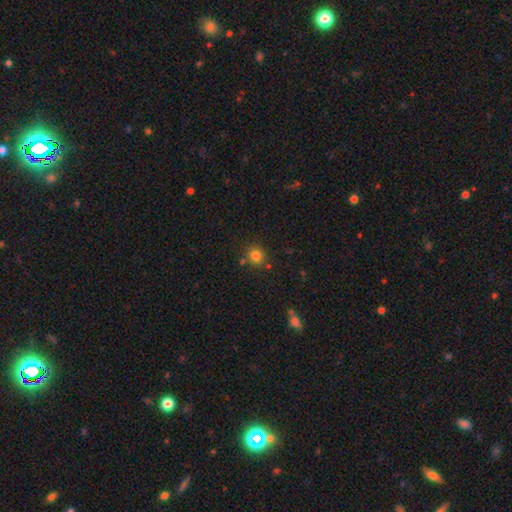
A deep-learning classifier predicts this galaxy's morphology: This is clearly a smooth galaxy (81%). How rounded: clearly round (86%). Merging: clearly none (81%).